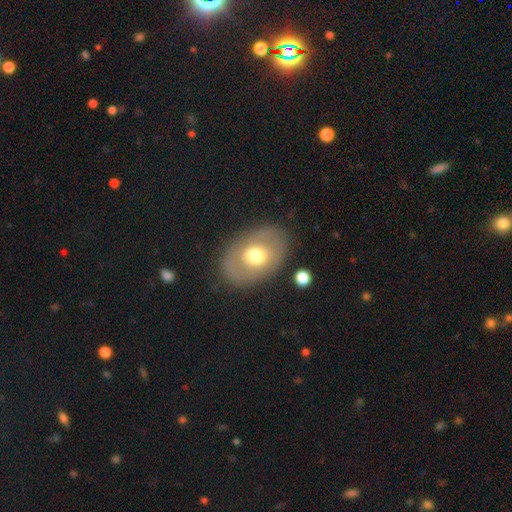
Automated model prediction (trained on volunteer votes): smooth-or-featured: smooth: 55% | featured or disk: 37% | star or artifact: 8%
  how-rounded: in between: 78% | round: 21% | cigar-shaped: 1%
  merging: none: 81% | minor disturbance: 12% | major disturbance: 6% | merger: 2%